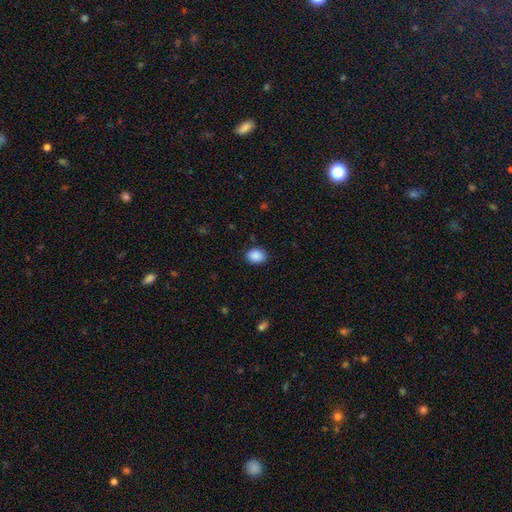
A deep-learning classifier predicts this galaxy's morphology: Smooth or featured?
  - smooth: 89% *
  - star or artifact: 8%
  - featured or disk: 3%
How rounded?
  - in between: 61% *
  - round: 38%
  - cigar-shaped: 1%
Merging?
  - none: 85% *
  - minor disturbance: 11%
  - major disturbance: 3%
  - merger: 1%